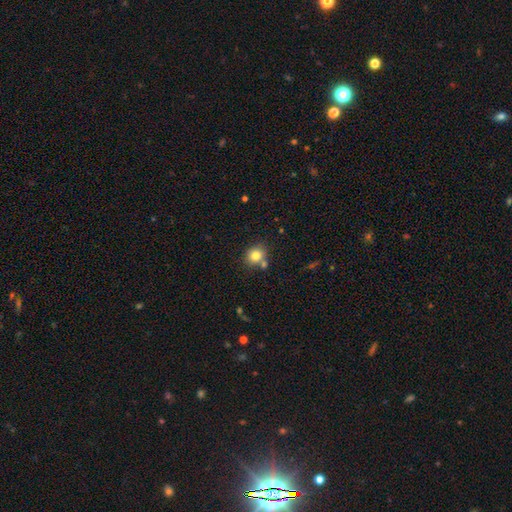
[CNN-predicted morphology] The model was most divided on "merging": none: 67%, merger: 18%, minor disturbance: 12%, major disturbance: 3%. More confident: smooth or featured — smooth (81%); how rounded — round (76%).